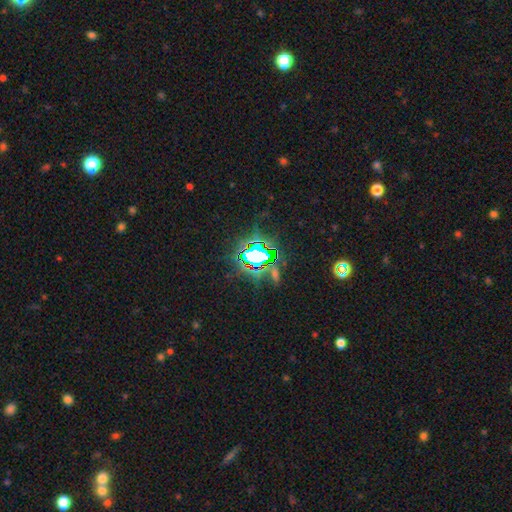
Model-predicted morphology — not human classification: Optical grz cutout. It shows a star or artifact, not a galaxy (75%).